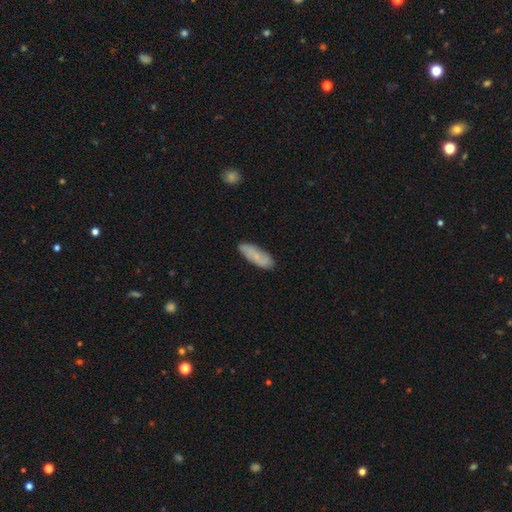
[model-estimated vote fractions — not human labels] Q: Smooth or featured?
A: smooth (70%); runner-up: featured or disk (24%)
Q: How rounded?
A: in between (57%); runner-up: cigar-shaped (40%)
Q: Merging?
A: none (82%); runner-up: minor disturbance (14%)